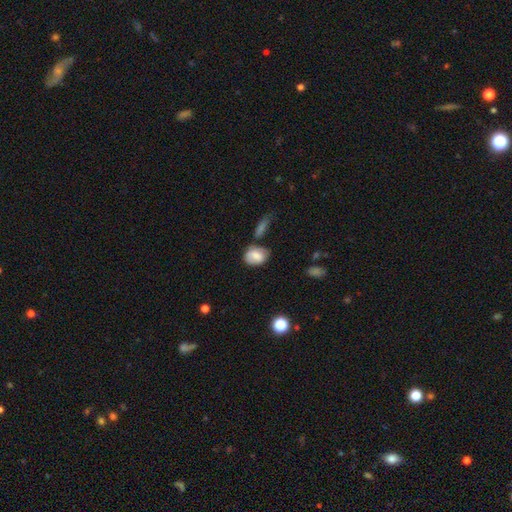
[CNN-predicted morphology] This appears to be a smooth galaxy with no disk features (76%) that is in between round and cigar-shaped (67%). Merging: none (59%).